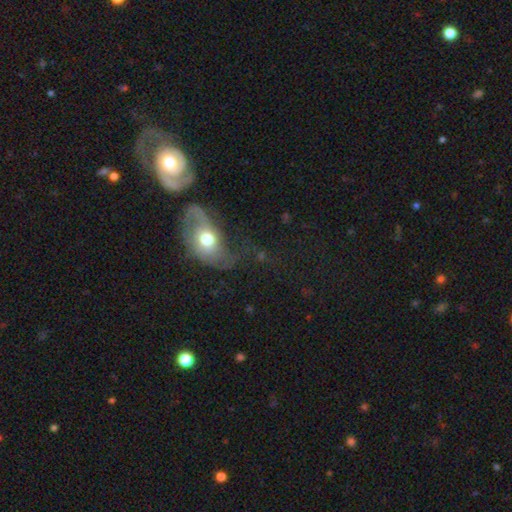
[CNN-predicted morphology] smooth-or-featured: featured or disk: 50% | smooth: 34% | star or artifact: 15%
  disk-edge-on: no: 91% | yes: 9%
  merging: merger: 58% | none: 18% | major disturbance: 14% | minor disturbance: 10%